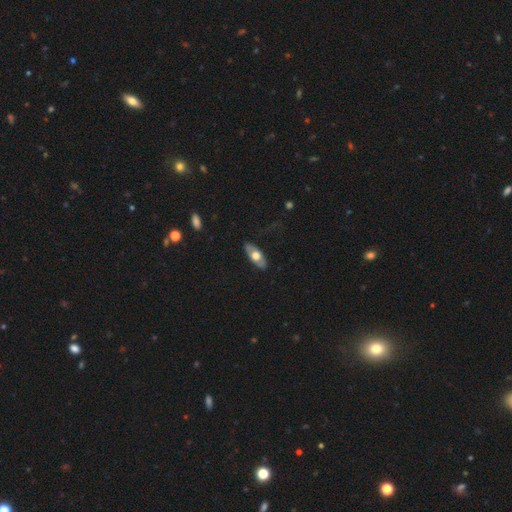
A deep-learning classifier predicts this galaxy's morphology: Smooth or featured?
  - smooth: 53% *
  - featured or disk: 41%
  - star or artifact: 5%
How rounded?
  - in between: 82% *
  - cigar-shaped: 14%
  - round: 4%
Merging?
  - none: 84% *
  - minor disturbance: 12%
  - major disturbance: 3%
  - merger: 1%